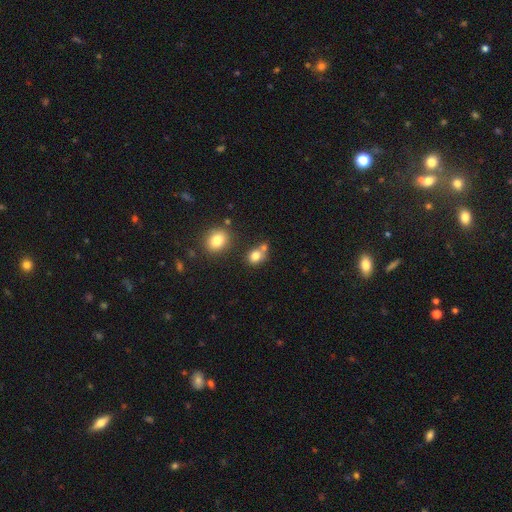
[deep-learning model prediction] smooth 79%, star or artifact 12%, featured or disk 9%. Down the decision tree: how rounded — round (59%); merging — none (53%).